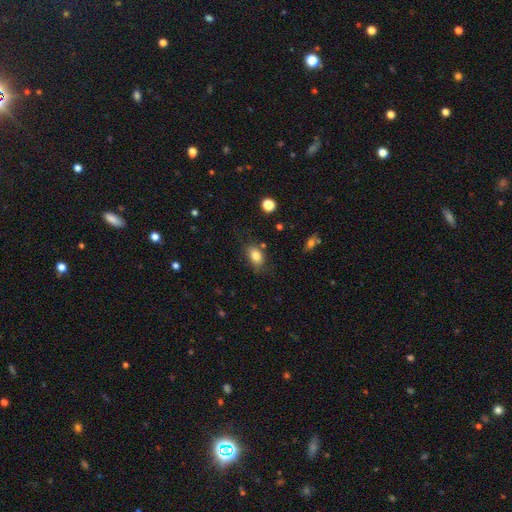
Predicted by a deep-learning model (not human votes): A smooth galaxy with no disk features (82%) that is in between round and cigar-shaped (81%).

Vote fractions:
- Smooth or featured? smooth: 82% / star or artifact: 9% / featured or disk: 9%
- How rounded? in between: 81% / round: 17% / cigar-shaped: 2%
- Merging? none: 70% / minor disturbance: 20% / major disturbance: 6% / merger: 4%